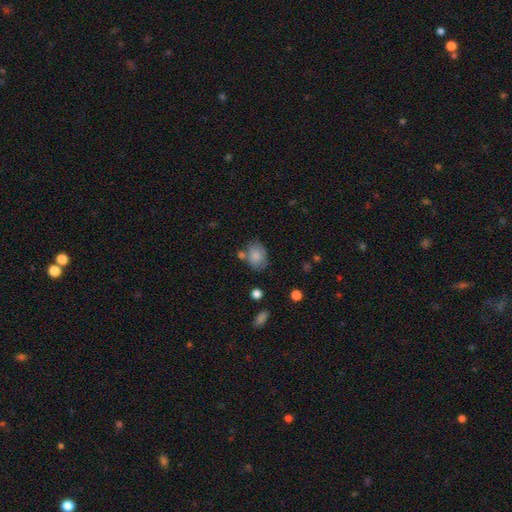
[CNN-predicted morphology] Smooth or featured?
  - smooth: 82% *
  - featured or disk: 10%
  - star or artifact: 8%
How rounded?
  - in between: 72% *
  - round: 27%
  - cigar-shaped: 1%
Merging?
  - none: 61% *
  - minor disturbance: 20%
  - merger: 13%
  - major disturbance: 6%